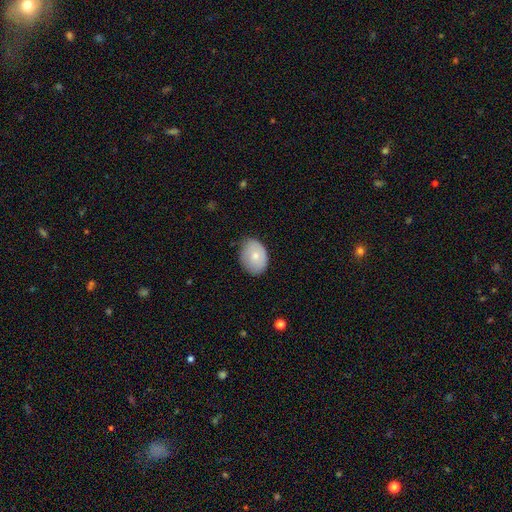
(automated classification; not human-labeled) Smooth or featured? Predicted: smooth (p=0.75). How rounded? Predicted: in between (p=0.70). Merging? Predicted: none (p=0.72).